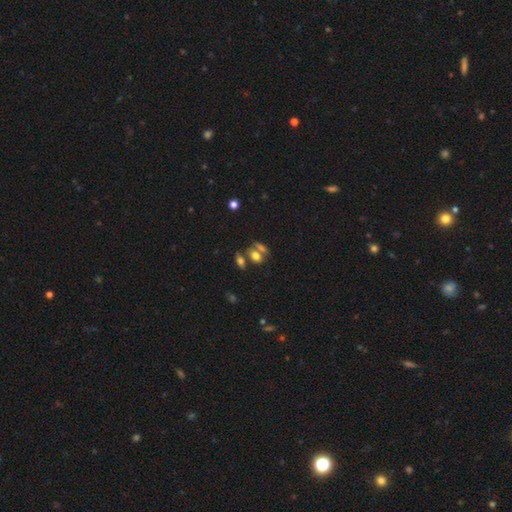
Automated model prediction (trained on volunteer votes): Smooth or featured?
  - smooth: 66% *
  - featured or disk: 20%
  - star or artifact: 14%
How rounded?
  - in between: 75% *
  - round: 17%
  - cigar-shaped: 8%
Merging?
  - none: 47% *
  - merger: 38%
  - minor disturbance: 11%
  - major disturbance: 5%